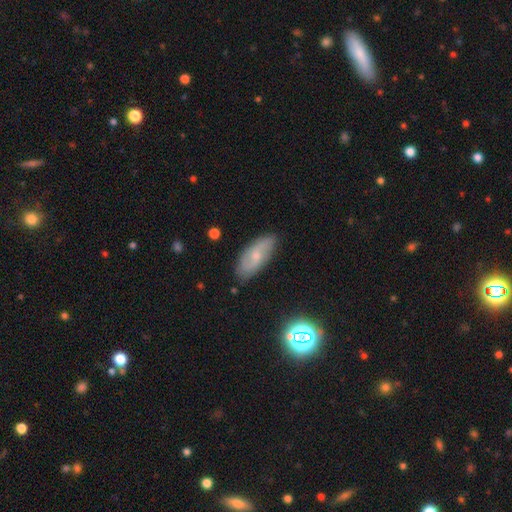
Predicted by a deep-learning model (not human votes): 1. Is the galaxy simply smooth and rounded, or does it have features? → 52% featured or disk, 40% smooth, 9% star or artifact.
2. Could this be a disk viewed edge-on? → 88% no, 12% yes.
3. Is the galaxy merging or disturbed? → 82% none, 14% minor disturbance, 3% major disturbance, 1% merger.